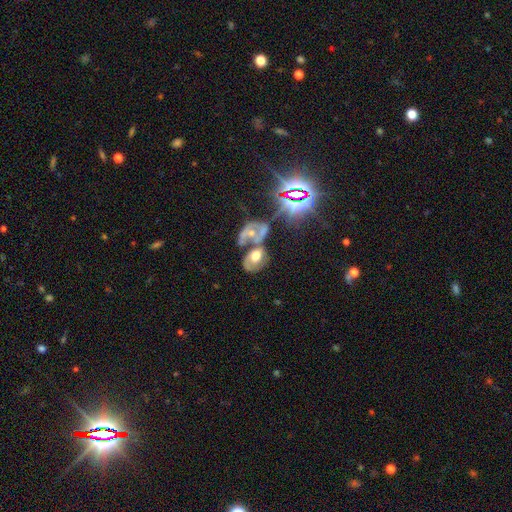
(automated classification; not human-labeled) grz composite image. It shows a featured or disk galaxy (52%). Merging: merger (58%).